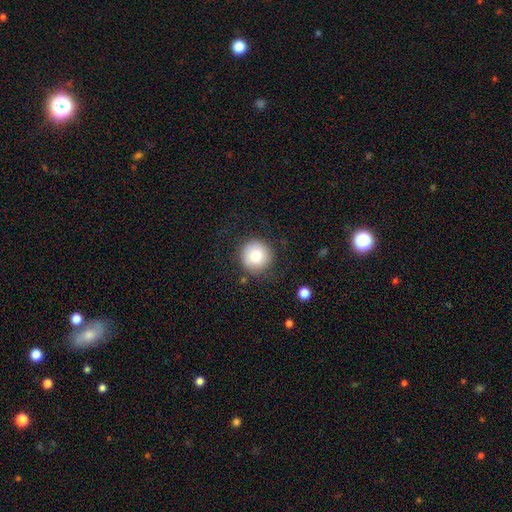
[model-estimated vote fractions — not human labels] This is clearly a smooth galaxy (80%). How rounded: clearly round (94%). Merging: clearly none (81%).